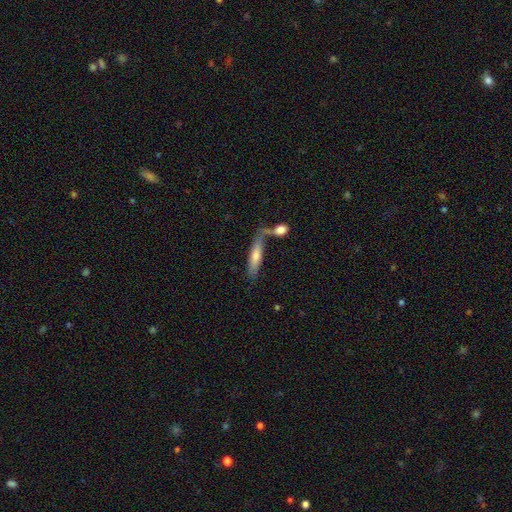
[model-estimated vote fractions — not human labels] smooth 56%, featured or disk 36%, star or artifact 8%. Down the decision tree: how rounded — cigar-shaped (74%); merging — none (53%).